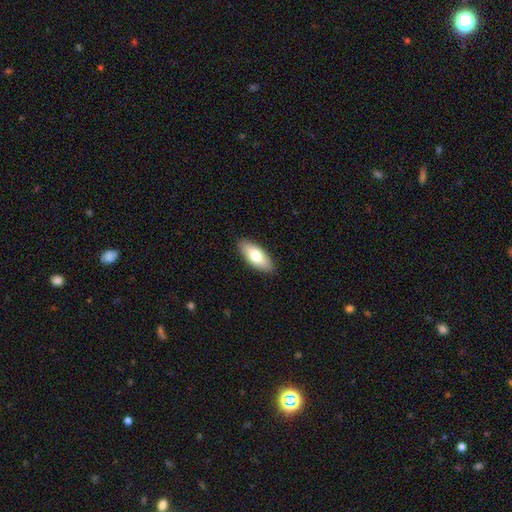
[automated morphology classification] Overall: smooth (75%). How rounded: in between (82%). Merging: none (88%).